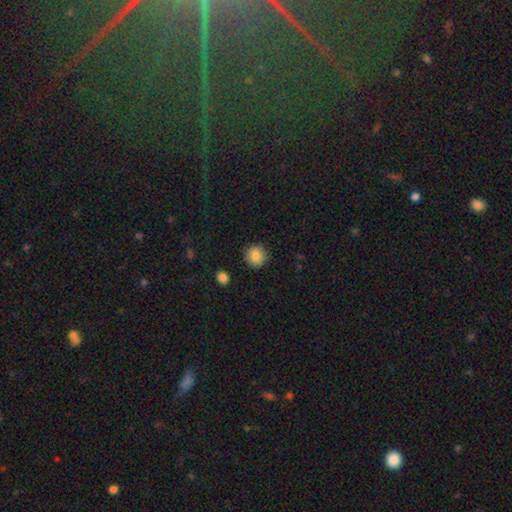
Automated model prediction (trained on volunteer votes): Smooth or featured: smooth — 87% (star or artifact — 8%)
How rounded: round — 90% (in between — 9%)
Merging: none — 90% (minor disturbance — 7%)